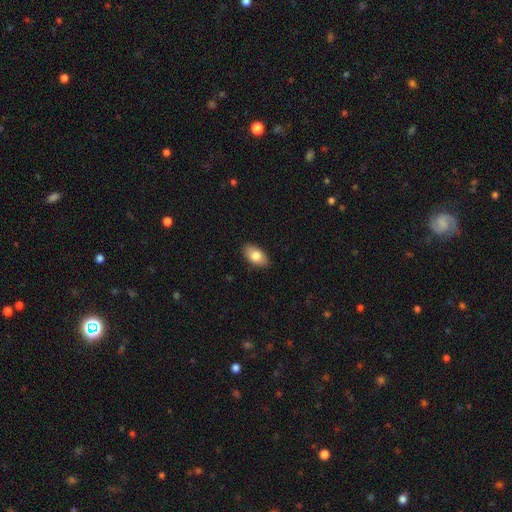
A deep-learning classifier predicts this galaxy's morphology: This appears to be a smooth galaxy with no disk features (81%) that is in between round and cigar-shaped (93%). Merging: none (87%).